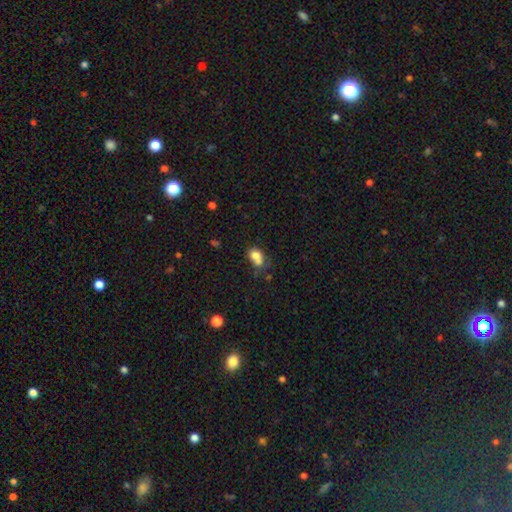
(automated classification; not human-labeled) smooth-or-featured: smooth: 74% | featured or disk: 14% | star or artifact: 12%
  how-rounded: in between: 53% | round: 46% | cigar-shaped: 1%
  merging: merger: 45% | none: 32% | minor disturbance: 15% | major disturbance: 8%